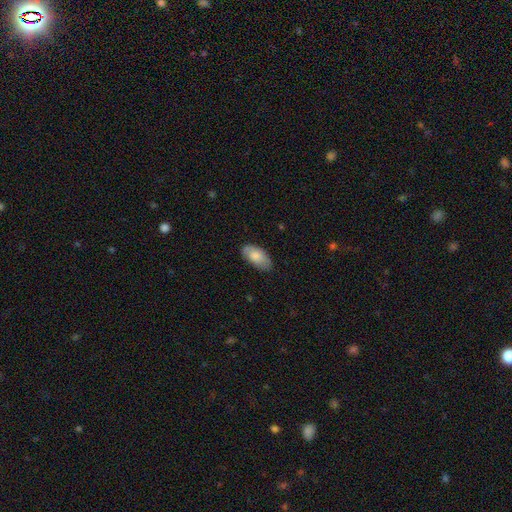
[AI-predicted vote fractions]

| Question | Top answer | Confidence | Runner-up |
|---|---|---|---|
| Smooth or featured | smooth | 80% | featured or disk (14%) |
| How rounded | in between | 94% | cigar-shaped (3%) |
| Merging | none | 76% | minor disturbance (20%) |